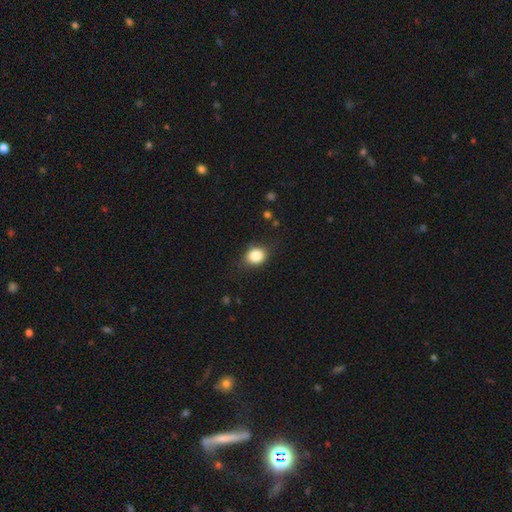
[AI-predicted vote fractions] A smooth galaxy with no disk features (83%) that is round (60%).

Vote fractions:
- Smooth or featured? smooth: 83% / star or artifact: 10% / featured or disk: 7%
- How rounded? round: 60% / in between: 39% / cigar-shaped: 1%
- Merging? none: 78% / minor disturbance: 16% / major disturbance: 4% / merger: 1%